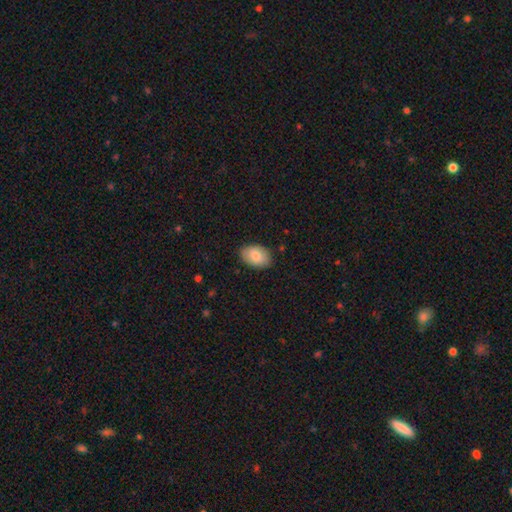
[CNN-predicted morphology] This is clearly a smooth galaxy (84%). How rounded: clearly in between (87%). Merging: clearly none (84%).